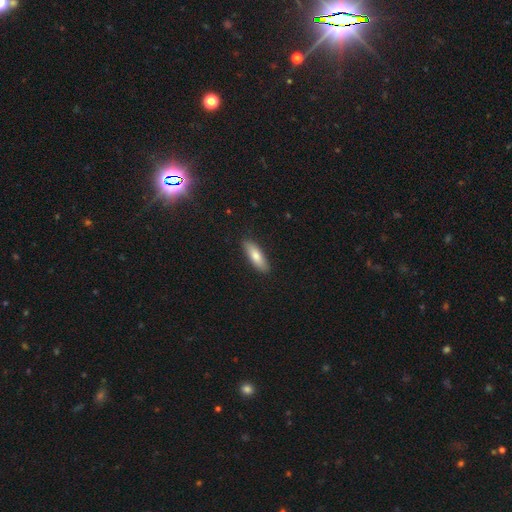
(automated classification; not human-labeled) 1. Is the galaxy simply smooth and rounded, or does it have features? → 77% smooth, 17% featured or disk, 6% star or artifact.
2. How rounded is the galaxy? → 50% in between, 48% cigar-shaped, 2% round.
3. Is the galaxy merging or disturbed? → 89% none, 8% minor disturbance, 2% major disturbance, 1% merger.